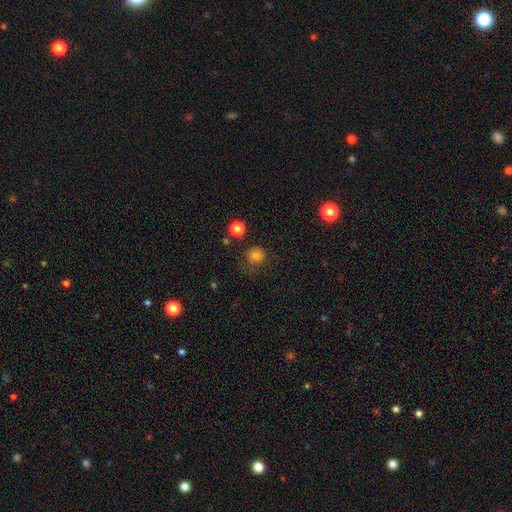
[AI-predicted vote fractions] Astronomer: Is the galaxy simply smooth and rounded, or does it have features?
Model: smooth — 79%.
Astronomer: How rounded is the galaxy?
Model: round — 87%.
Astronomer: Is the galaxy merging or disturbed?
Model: none — 70%.